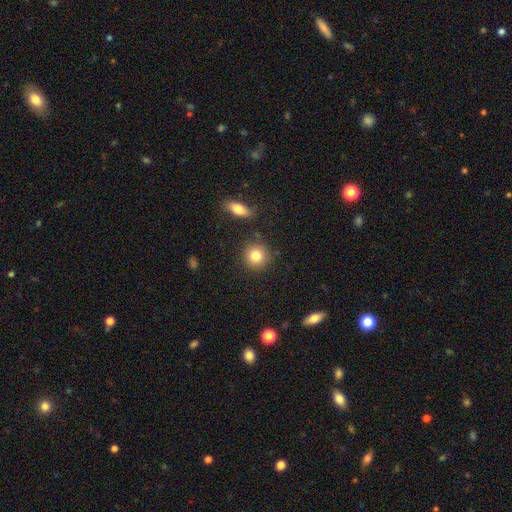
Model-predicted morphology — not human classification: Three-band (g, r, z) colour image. It shows a smooth galaxy with no disk features (82%) that is round (90%). Merging: none (85%).